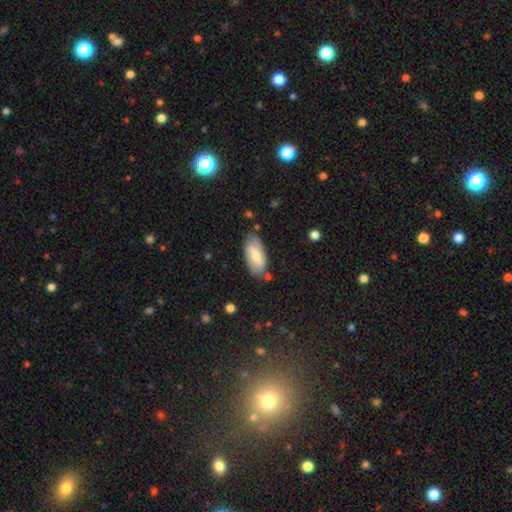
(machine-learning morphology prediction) type=smooth (54%); roundness=in between (90%); merging=none (75%).